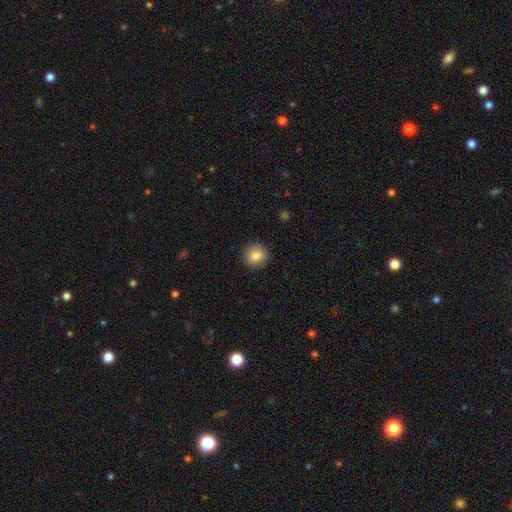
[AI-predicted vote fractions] Smooth or featured? smooth (85%)
How rounded? round (90%)
Merging? none (91%)